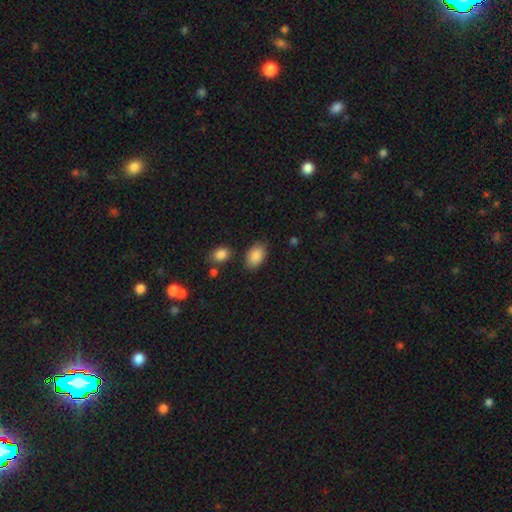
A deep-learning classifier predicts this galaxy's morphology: Overall: smooth (88%). How rounded: in between (89%). Merging: none (81%).